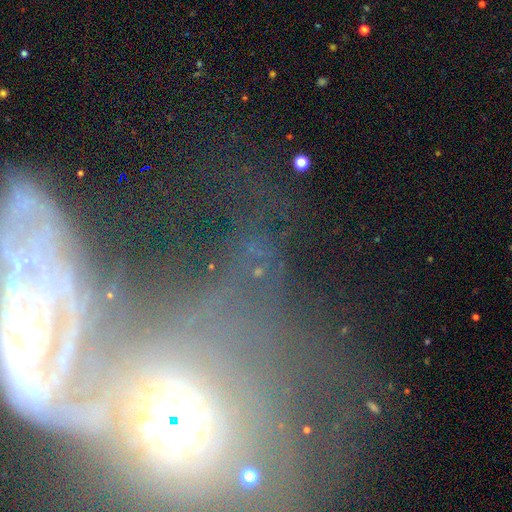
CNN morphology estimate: Smooth or featured? Predicted: featured or disk (p=0.49). Merging? Predicted: none (p=0.51).